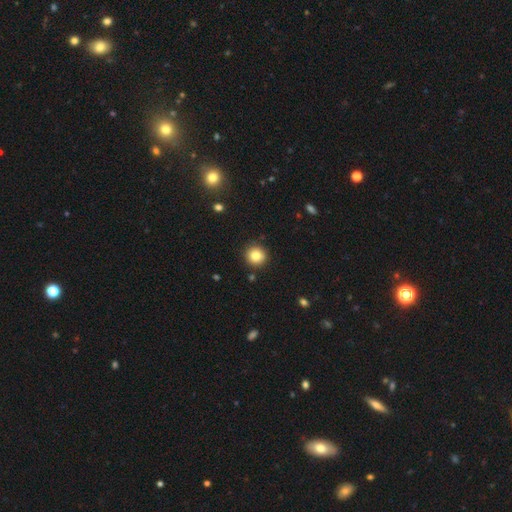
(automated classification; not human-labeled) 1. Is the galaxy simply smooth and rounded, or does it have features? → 83% smooth, 11% star or artifact, 6% featured or disk.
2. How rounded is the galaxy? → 94% round, 6% in between, 1% cigar-shaped.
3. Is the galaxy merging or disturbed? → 91% none, 6% minor disturbance, 2% major disturbance, 2% merger.